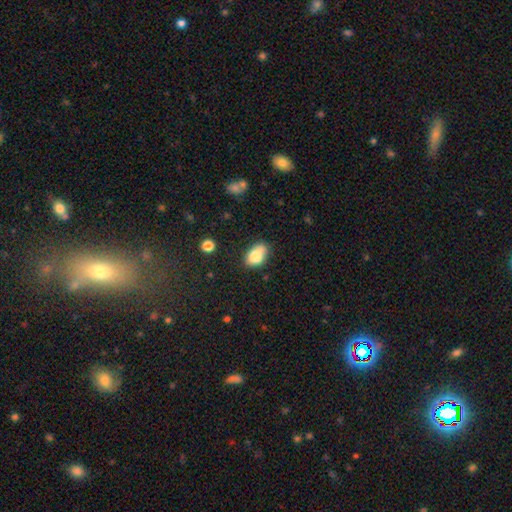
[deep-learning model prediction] Smooth or featured? Predicted: smooth (p=0.81). How rounded? Predicted: in between (p=0.86). Merging? Predicted: none (p=0.62).